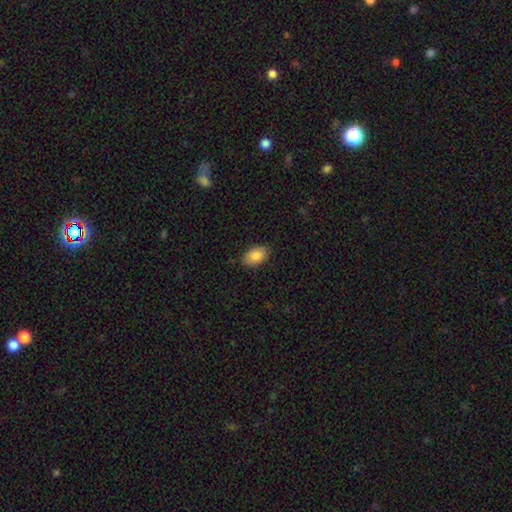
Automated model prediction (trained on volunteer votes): Q: Smooth or featured?
A: smooth (86%); runner-up: featured or disk (7%)
Q: How rounded?
A: in between (92%); runner-up: round (7%)
Q: Merging?
A: none (86%); runner-up: minor disturbance (10%)